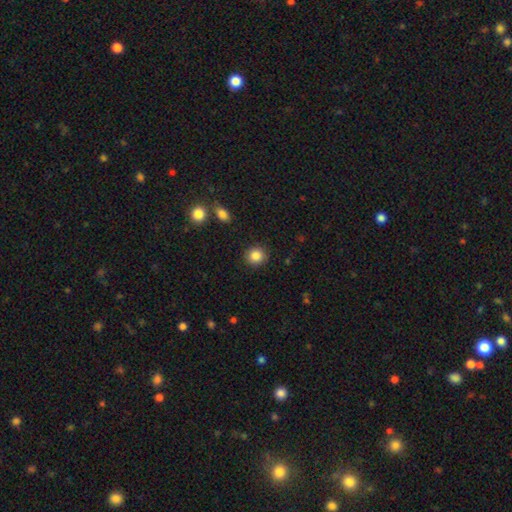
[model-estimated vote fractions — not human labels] Smooth or featured? smooth (86%)
How rounded? round (86%)
Merging? none (90%)